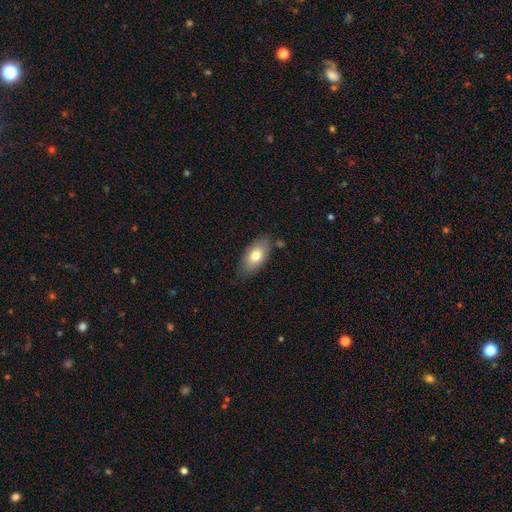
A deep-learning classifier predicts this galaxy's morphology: This is likely a smooth galaxy (74%). How rounded: clearly in between (92%). Merging: likely none (77%).